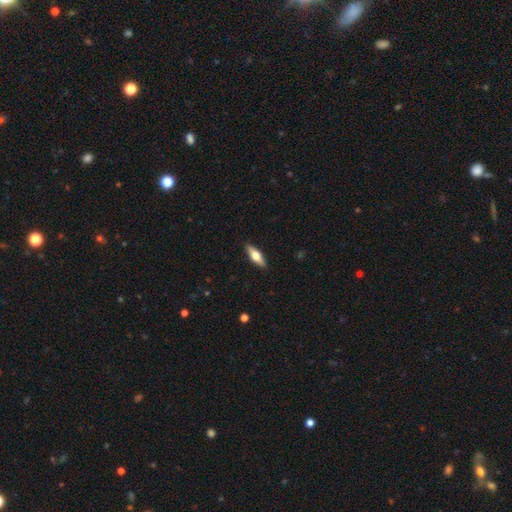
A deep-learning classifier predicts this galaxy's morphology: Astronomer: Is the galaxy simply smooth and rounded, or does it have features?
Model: smooth — 51% (runner-up: featured or disk, 43%).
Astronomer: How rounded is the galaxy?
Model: in between — 53% (runner-up: cigar-shaped, 44%).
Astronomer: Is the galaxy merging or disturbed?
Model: none — 90%.